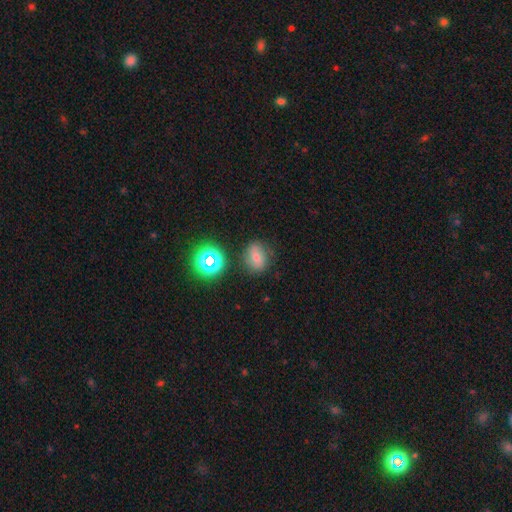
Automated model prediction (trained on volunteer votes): Overall: smooth (57%; star or artifact 22%). How rounded: in between (51%; round 48%). Merging: none (77%).